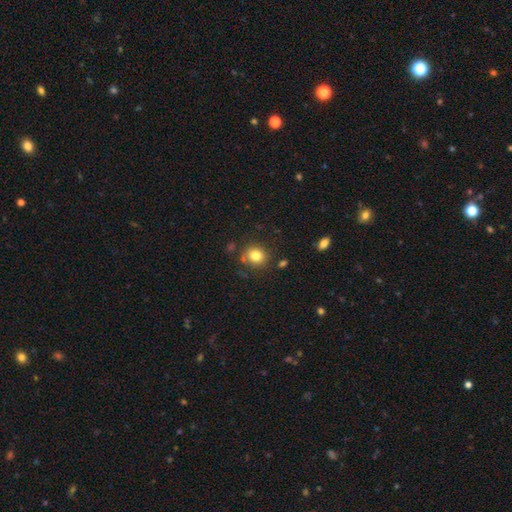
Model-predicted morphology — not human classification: Overall: smooth (81%). How rounded: round (76%). Merging: none (79%).